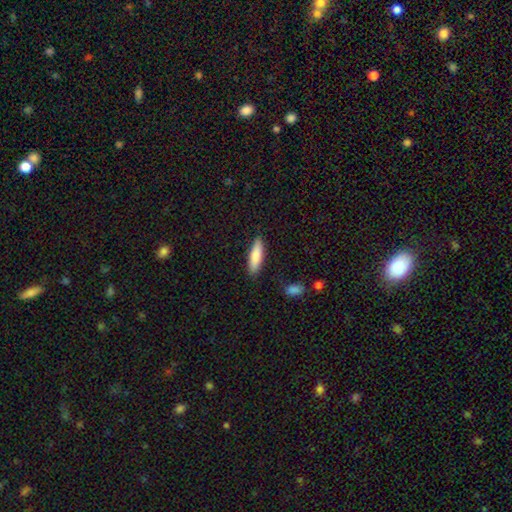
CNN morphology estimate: smooth-or-featured: smooth: 81% | featured or disk: 14% | star or artifact: 6%
  how-rounded: cigar-shaped: 66% | in between: 32% | round: 2%
  merging: none: 87% | minor disturbance: 9% | major disturbance: 2% | merger: 2%